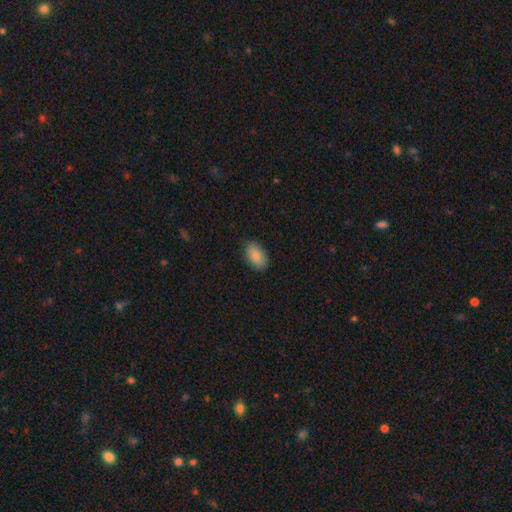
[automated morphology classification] This appears to be a smooth galaxy with no disk features (88%) that is in between round and cigar-shaped (92%). Merging: none (86%).